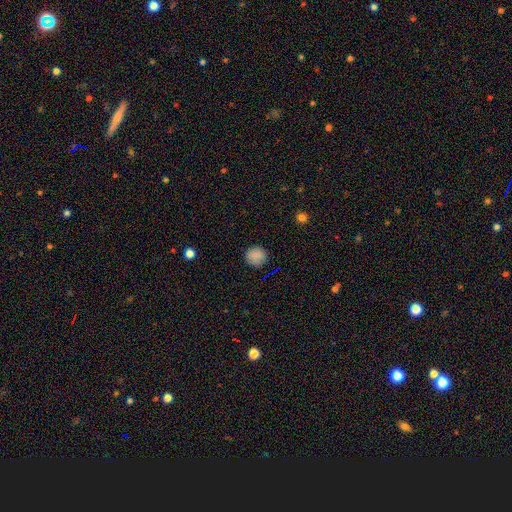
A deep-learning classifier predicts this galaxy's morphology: smooth-or-featured: smooth: 86% | star or artifact: 11% | featured or disk: 4%
  how-rounded: round: 90% | in between: 9% | cigar-shaped: 1%
  merging: none: 87% | minor disturbance: 9% | major disturbance: 2% | merger: 1%